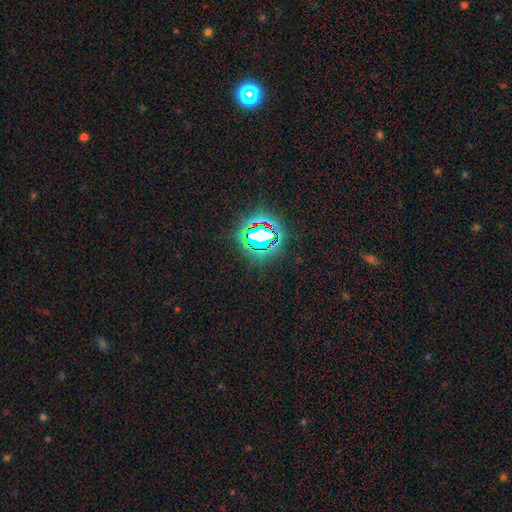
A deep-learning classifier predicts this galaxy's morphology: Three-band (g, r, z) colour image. It shows a star or artifact, not a galaxy (78%).